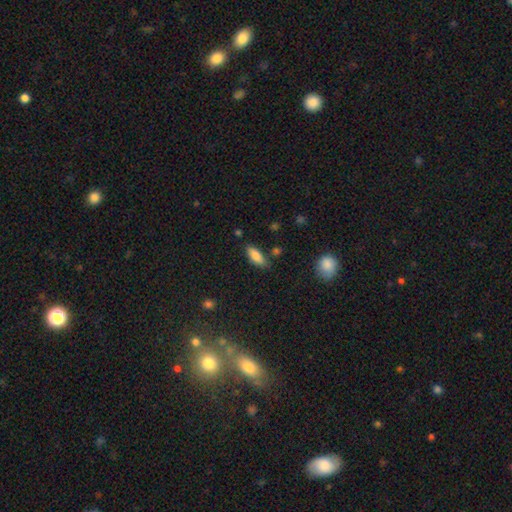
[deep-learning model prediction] A smooth galaxy with no disk features (83%) that is in between round and cigar-shaped (77%). Merging: none (75%).